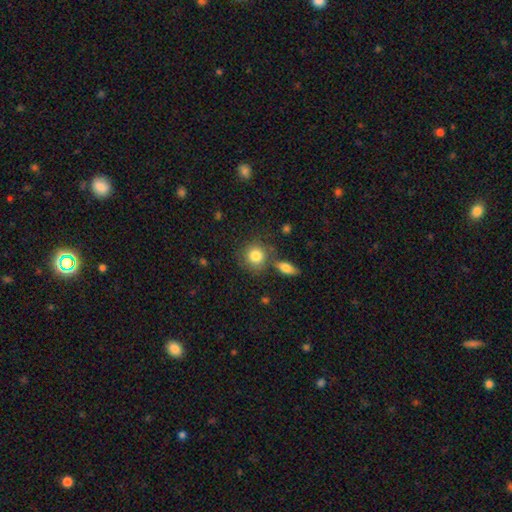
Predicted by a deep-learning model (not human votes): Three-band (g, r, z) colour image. It shows a smooth galaxy with no disk features (83%) that is round (85%). Merging: none (70%).